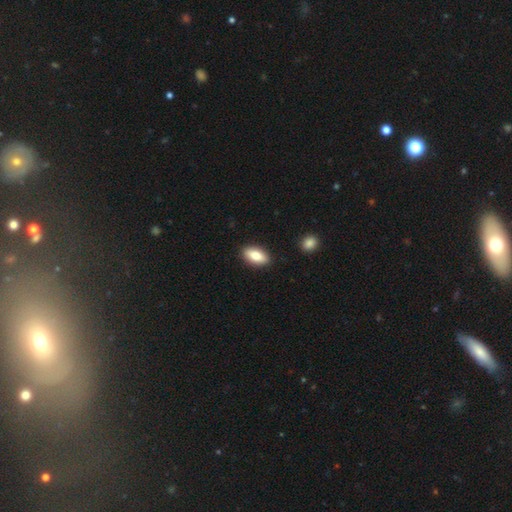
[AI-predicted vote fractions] This appears to be a smooth galaxy with no disk features (79%) that is in between round and cigar-shaped (89%). Merging: none (89%).